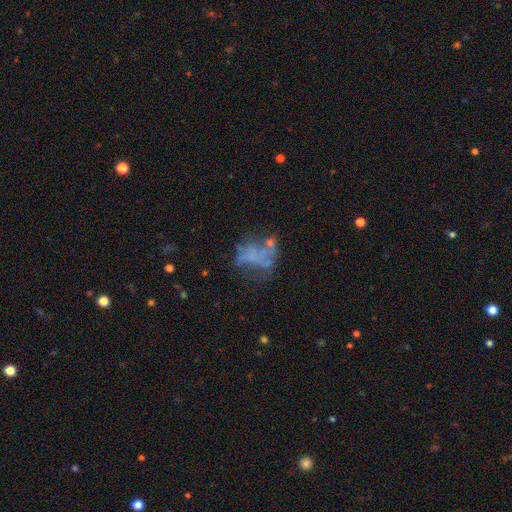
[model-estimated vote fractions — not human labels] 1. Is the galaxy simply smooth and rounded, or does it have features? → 52% featured or disk, 31% smooth, 17% star or artifact.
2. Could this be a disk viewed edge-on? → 98% no, 2% yes.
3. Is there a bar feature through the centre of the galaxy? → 91% no, 6% weak, 2% strong.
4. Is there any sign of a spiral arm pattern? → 89% no, 11% yes.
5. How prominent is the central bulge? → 84% none, 7% small, 5% moderate, 3% large, 1% dominant.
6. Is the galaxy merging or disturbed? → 35% none, 33% major disturbance, 21% minor disturbance, 11% merger.